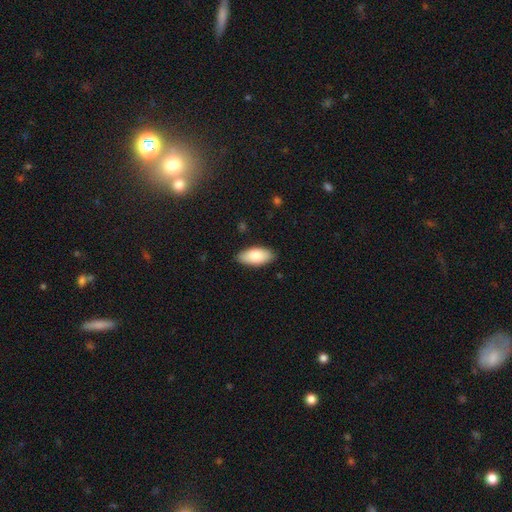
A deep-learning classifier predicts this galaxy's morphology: The model was most divided on "smooth or featured": smooth: 82%, featured or disk: 12%, star or artifact: 6%. More confident: how rounded — in between (92%); merging — none (87%).